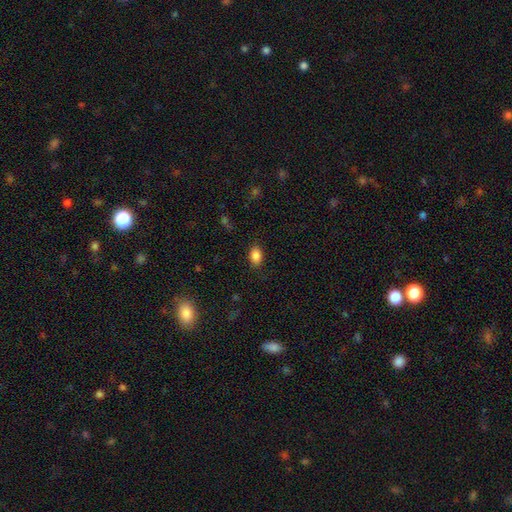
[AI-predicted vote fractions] Smooth or featured? smooth (86%)
How rounded? in between (81%)
Merging? none (85%)